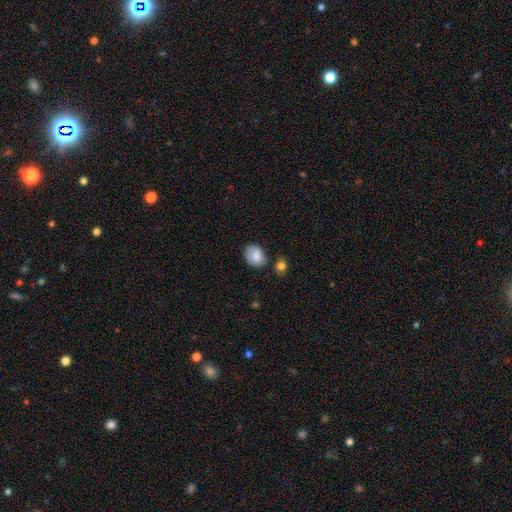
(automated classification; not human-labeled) Q: Smooth or featured?
A: smooth (83%); runner-up: featured or disk (10%)
Q: How rounded?
A: in between (68%); runner-up: round (30%)
Q: Merging?
A: none (67%); runner-up: minor disturbance (21%)